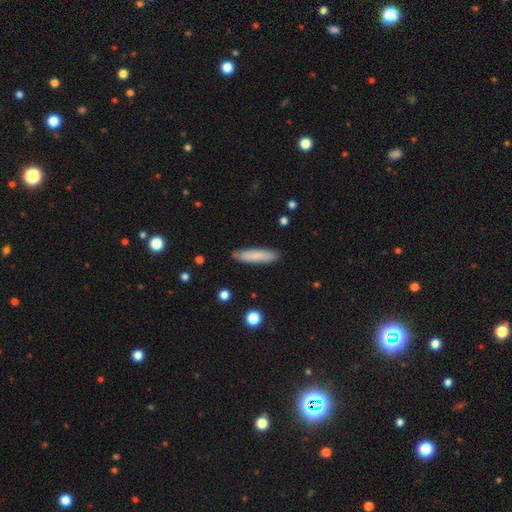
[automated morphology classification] Q: Smooth or featured?
A: smooth (79%); runner-up: featured or disk (15%)
Q: How rounded?
A: cigar-shaped (77%); runner-up: in between (21%)
Q: Merging?
A: none (85%); runner-up: minor disturbance (11%)